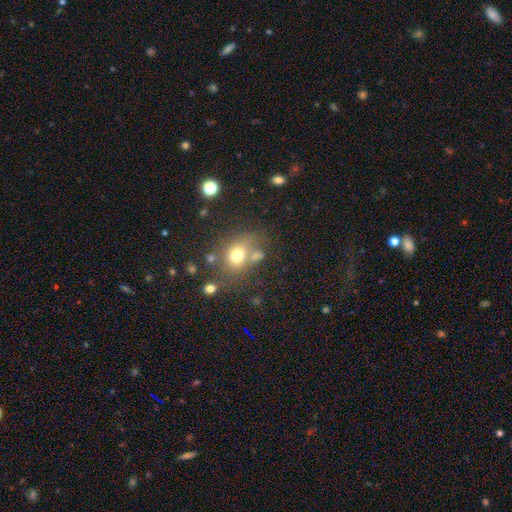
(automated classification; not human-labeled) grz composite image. It shows a smooth galaxy with no disk features (69%) that is round (58%). Merging: none (59%).